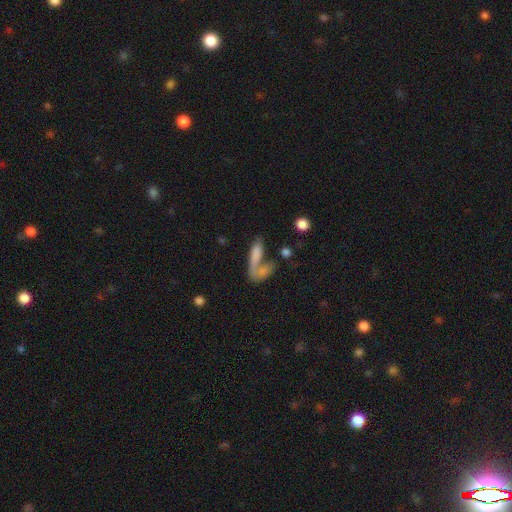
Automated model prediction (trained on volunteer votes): Smooth or featured?
  - smooth: 73% *
  - featured or disk: 18%
  - star or artifact: 9%
How rounded?
  - in between: 51% *
  - cigar-shaped: 43%
  - round: 6%
Merging?
  - merger: 51% *
  - none: 31%
  - major disturbance: 10%
  - minor disturbance: 9%